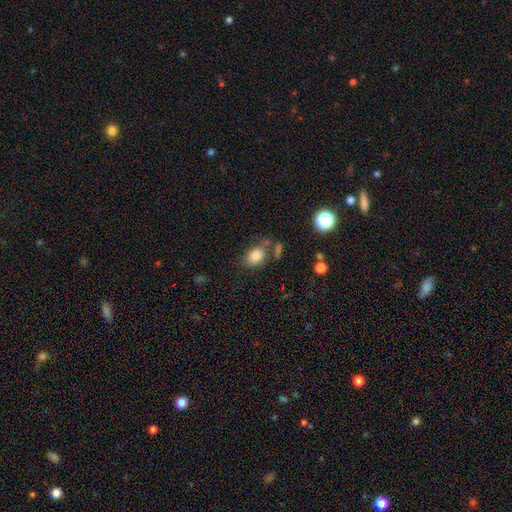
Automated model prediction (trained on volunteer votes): Smooth or featured? smooth (82%)
How rounded? in between (68%)
Merging? none (65%)